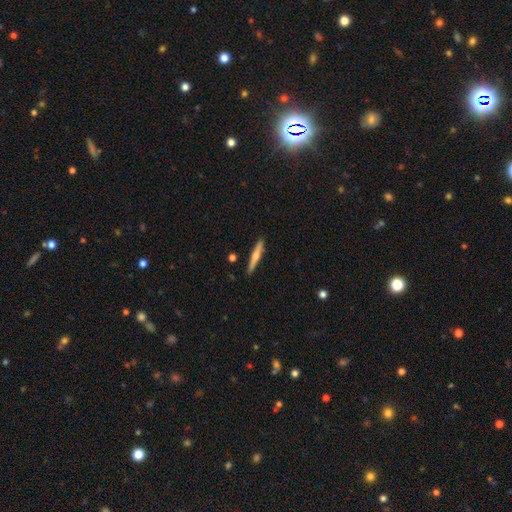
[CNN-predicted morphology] smooth-or-featured: smooth: 51% | featured or disk: 43% | star or artifact: 6%
  how-rounded: cigar-shaped: 93% | in between: 5% | round: 2%
  merging: none: 89% | minor disturbance: 7% | merger: 2% | major disturbance: 2%